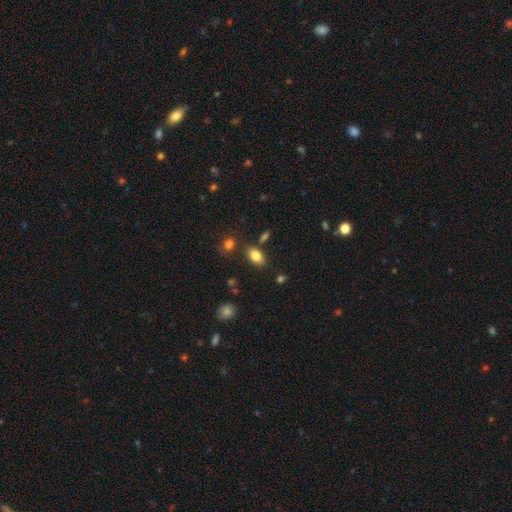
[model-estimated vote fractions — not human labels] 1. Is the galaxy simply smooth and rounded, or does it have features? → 82% smooth, 10% featured or disk, 9% star or artifact.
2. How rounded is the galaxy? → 90% in between, 7% round, 3% cigar-shaped.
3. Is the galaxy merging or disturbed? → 79% none, 12% minor disturbance, 6% merger, 3% major disturbance.